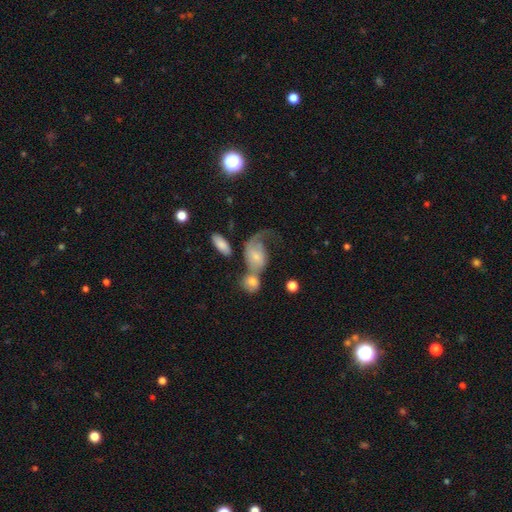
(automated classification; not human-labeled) Overall: featured or disk (49%; smooth 42%). Merging: merger (40%; major disturbance 30%).